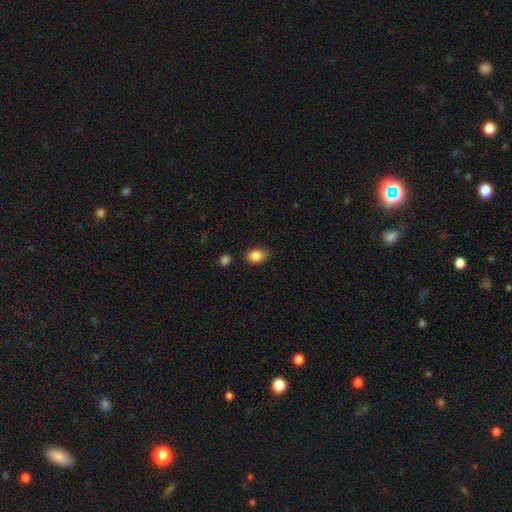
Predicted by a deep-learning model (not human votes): The model was most divided on "how rounded": in between: 64%, round: 35%, cigar-shaped: 2%. More confident: smooth or featured — smooth (84%); merging — none (73%).